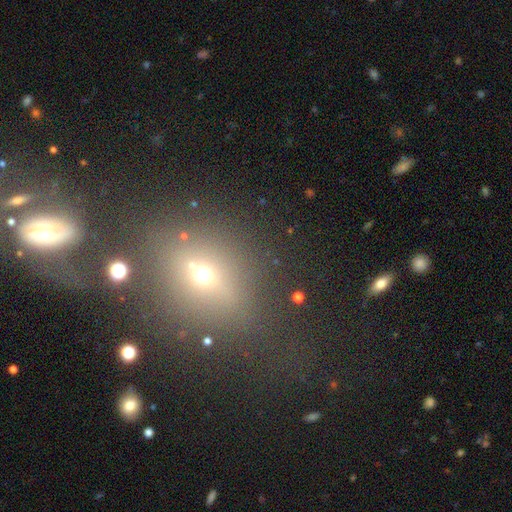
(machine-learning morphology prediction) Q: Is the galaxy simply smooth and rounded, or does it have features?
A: smooth — 47%.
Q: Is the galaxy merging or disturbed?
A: none — 62%.